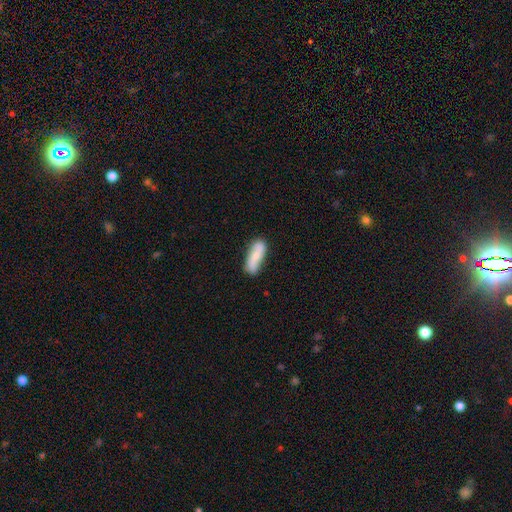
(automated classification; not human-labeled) Smooth or featured?
  - smooth: 61% *
  - featured or disk: 33%
  - star or artifact: 6%
How rounded?
  - in between: 50% *
  - cigar-shaped: 47%
  - round: 3%
Merging?
  - none: 76% *
  - minor disturbance: 18%
  - major disturbance: 3%
  - merger: 3%